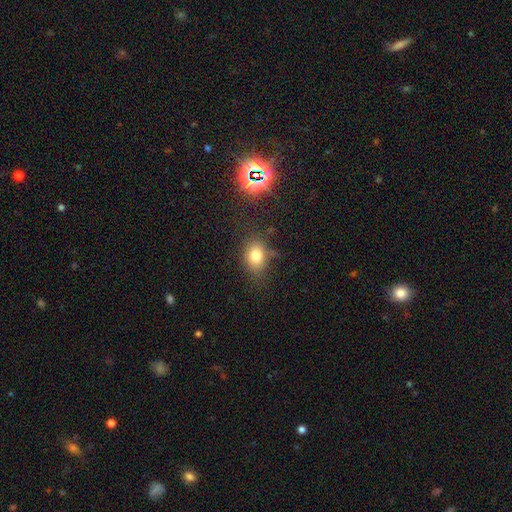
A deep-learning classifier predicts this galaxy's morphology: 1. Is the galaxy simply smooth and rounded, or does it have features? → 76% smooth, 14% star or artifact, 10% featured or disk.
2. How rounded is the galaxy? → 58% in between, 41% round, 1% cigar-shaped.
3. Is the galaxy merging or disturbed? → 73% none, 17% minor disturbance, 6% major disturbance, 4% merger.